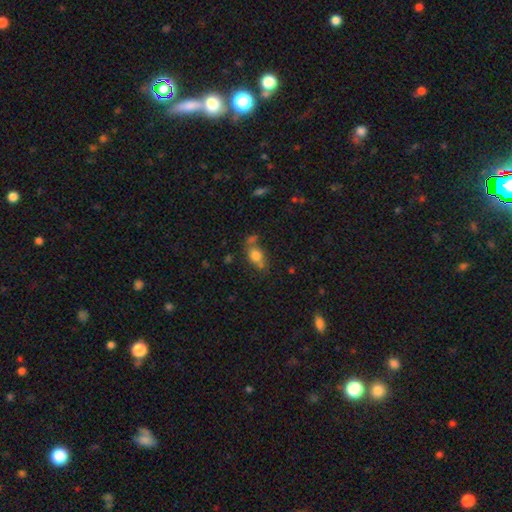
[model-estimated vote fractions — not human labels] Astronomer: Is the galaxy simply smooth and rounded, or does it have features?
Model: smooth — 70%.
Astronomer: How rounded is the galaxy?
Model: in between — 62%.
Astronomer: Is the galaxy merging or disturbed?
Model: none — 49%.